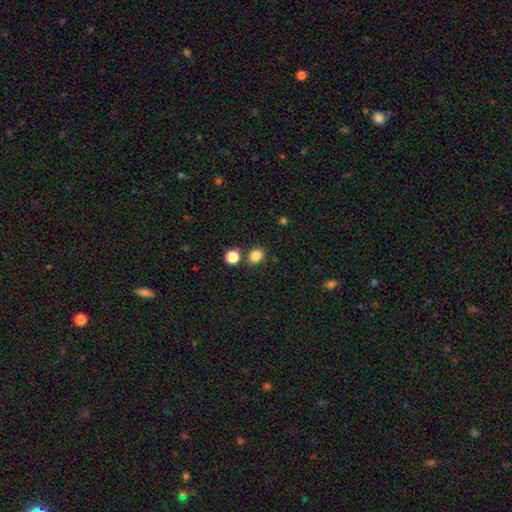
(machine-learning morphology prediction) This is clearly a smooth galaxy (83%). How rounded: possibly round (54%). Merging: likely none (76%).